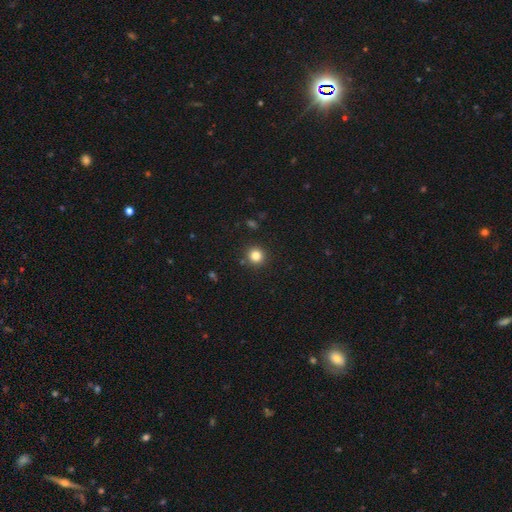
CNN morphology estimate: Overall: smooth (83%). How rounded: round (94%). Merging: none (90%).